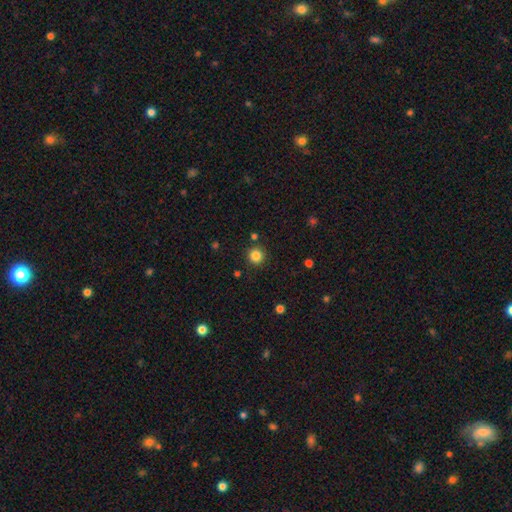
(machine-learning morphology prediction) A smooth galaxy with no disk features (83%) that is round (95%). Merging: none (89%).